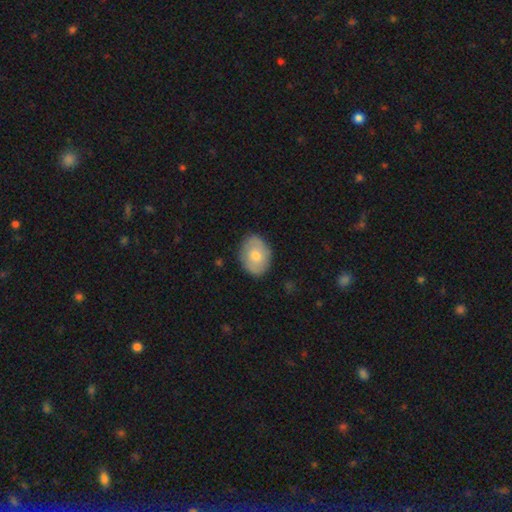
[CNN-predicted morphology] A smooth galaxy with no disk features (64%) that is in between round and cigar-shaped (67%). Merging: none (84%).